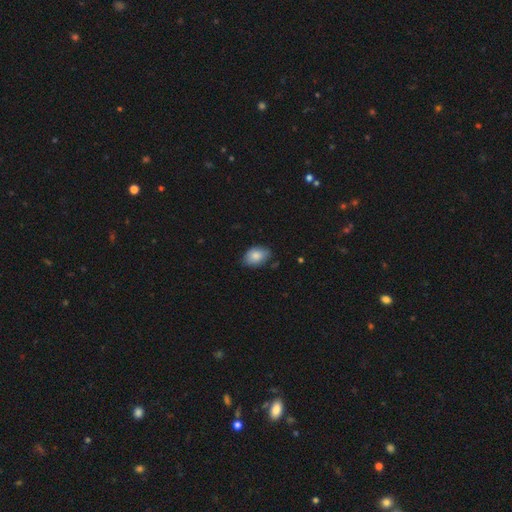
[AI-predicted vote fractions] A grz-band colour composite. It shows a smooth galaxy with no disk features (83%) that is in between round and cigar-shaped (84%). Merging: none (72%).